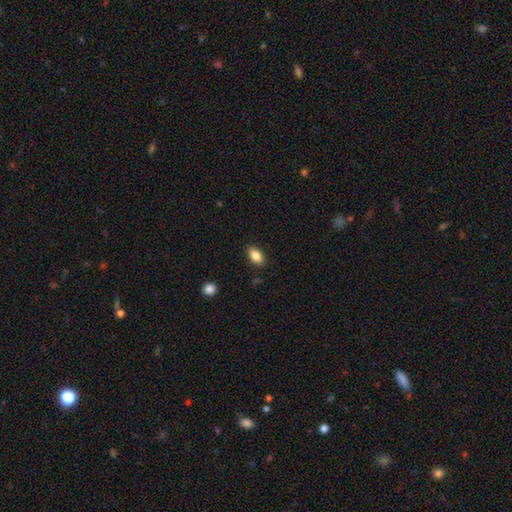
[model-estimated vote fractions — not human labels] Q: Smooth or featured?
A: smooth (86%); runner-up: star or artifact (8%)
Q: How rounded?
A: in between (90%); runner-up: round (8%)
Q: Merging?
A: none (88%); runner-up: minor disturbance (9%)